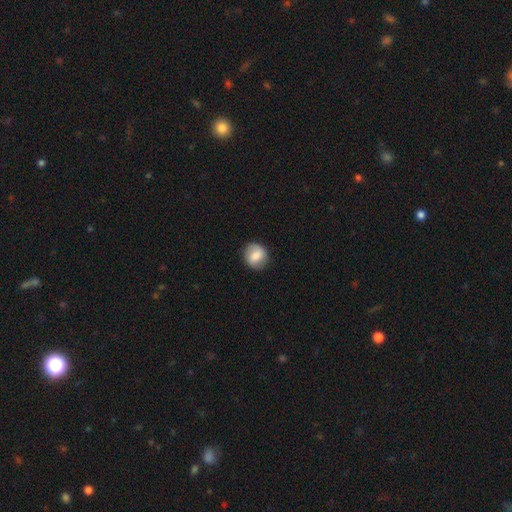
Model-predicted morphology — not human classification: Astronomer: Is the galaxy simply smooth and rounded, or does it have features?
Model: smooth — 70%.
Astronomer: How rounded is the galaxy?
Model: round — 83%.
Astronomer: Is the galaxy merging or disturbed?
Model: none — 87%.